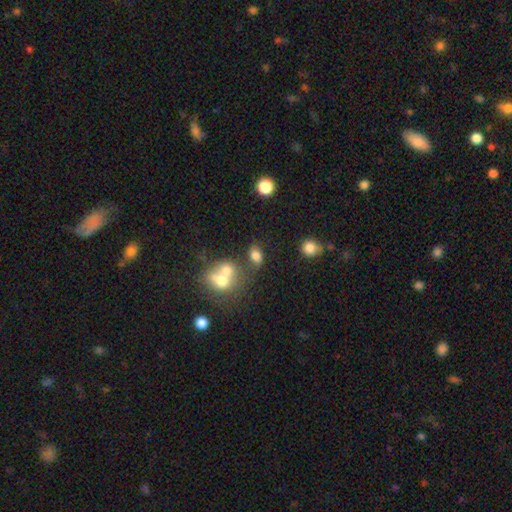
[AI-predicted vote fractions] A smooth galaxy with no disk features (76%) that is in between round and cigar-shaped (77%).

Vote fractions:
- Smooth or featured? smooth: 76% / star or artifact: 13% / featured or disk: 11%
- How rounded? in between: 77% / round: 21% / cigar-shaped: 2%
- Merging? none: 52% / merger: 23% / minor disturbance: 17% / major disturbance: 8%